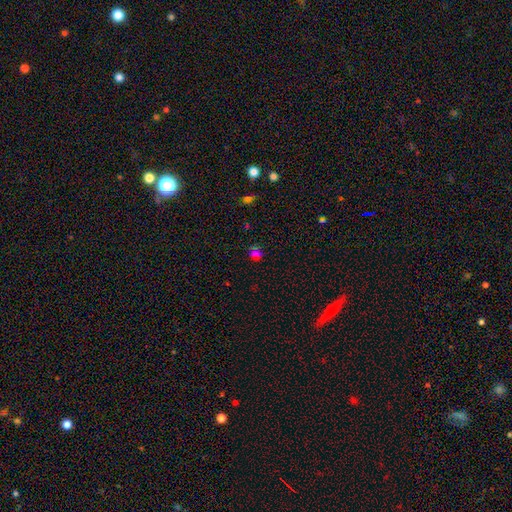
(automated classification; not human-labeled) smooth-or-featured: smooth: 56% | star or artifact: 36% | featured or disk: 9%
  how-rounded: round: 72% | in between: 26% | cigar-shaped: 2%
  merging: none: 75% | minor disturbance: 14% | major disturbance: 6% | merger: 6%